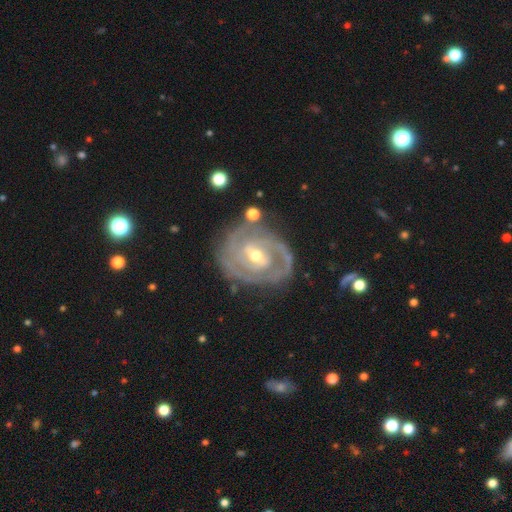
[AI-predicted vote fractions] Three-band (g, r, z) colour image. It shows a featured or disk galaxy (88%) with a weak bar (50%), 2 (43%) tight (67%) spiral arms (94%) and a moderate central bulge (58%). Merging: none (70%).